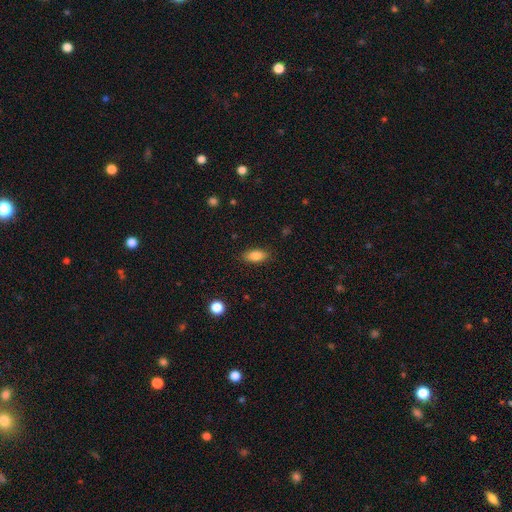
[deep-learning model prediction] smooth_or_featured: smooth (p=0.84) [alt: star or artifact p=0.08]
how_rounded: in between (p=0.86) [alt: cigar-shaped p=0.10]
merging: none (p=0.86) [alt: minor disturbance p=0.10]